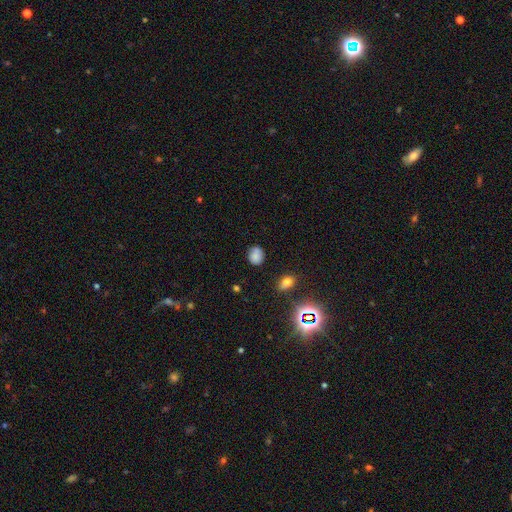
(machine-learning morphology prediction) This is likely a smooth galaxy (78%). How rounded: likely round (60%). Merging: likely none (72%).